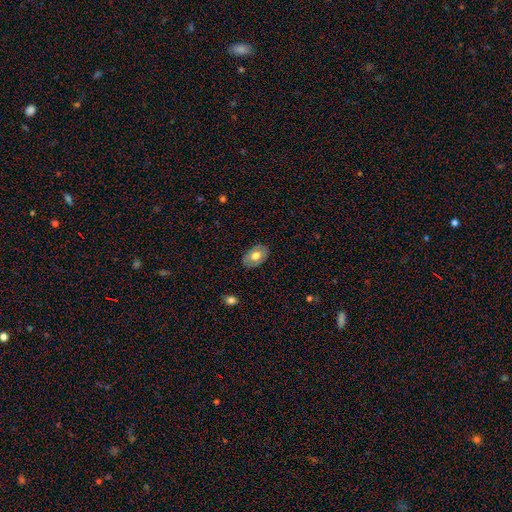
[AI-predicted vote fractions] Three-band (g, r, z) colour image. It shows a smooth galaxy with no disk features (65%) that is in between round and cigar-shaped (89%). Merging: none (84%).